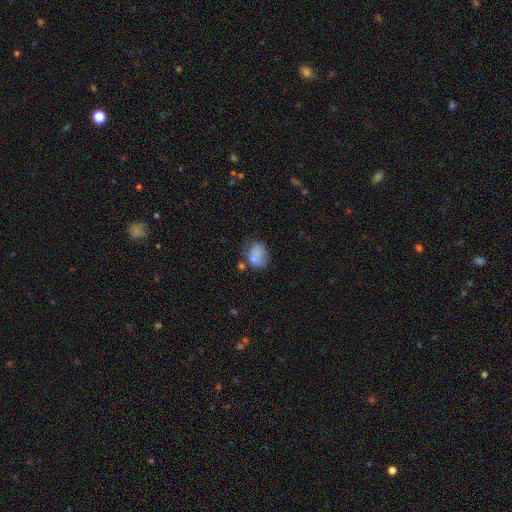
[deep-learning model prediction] Smooth or featured: smooth — 72% (featured or disk — 18%)
How rounded: in between — 55% (round — 44%)
Merging: none — 42% (minor disturbance — 27%)